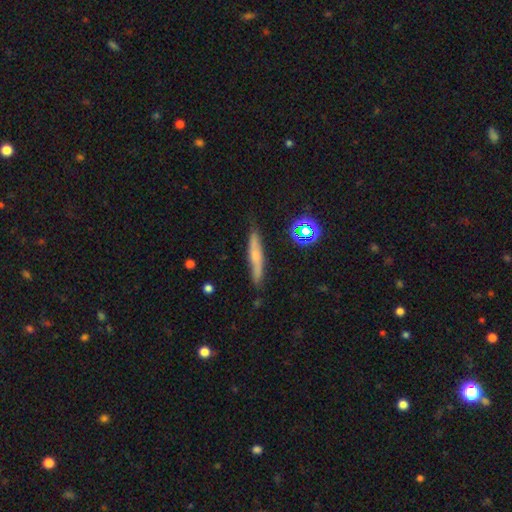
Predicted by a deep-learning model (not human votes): A featured or disk galaxy (45%, tied with smooth).

Vote fractions:
- Smooth or featured? featured or disk: 45% (tied) / smooth: 45% (tied) / star or artifact: 10%
- Merging? none: 80% / minor disturbance: 15% / major disturbance: 3% / merger: 2%